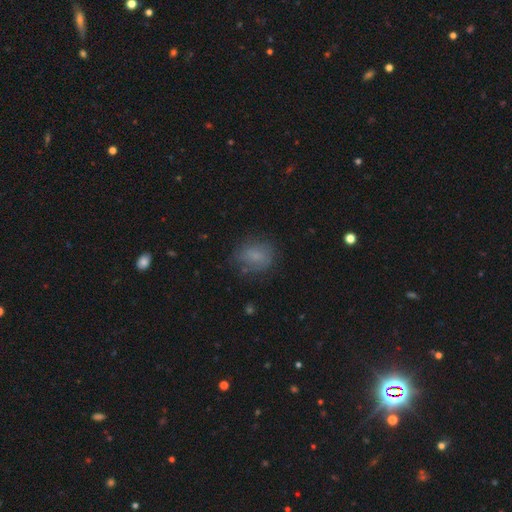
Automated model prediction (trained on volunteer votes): A smooth galaxy with no disk features (73%) that is round (57%). Merging: none (68%).